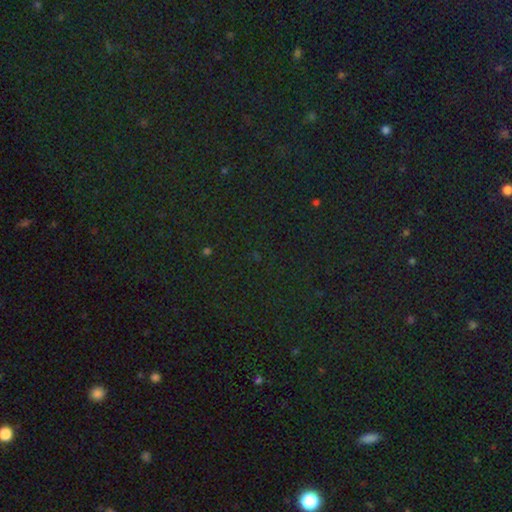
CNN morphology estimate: Smooth or featured: star or artifact — 78% (smooth — 14%)